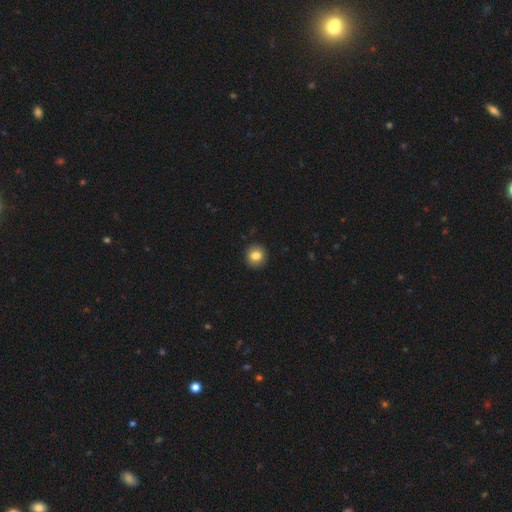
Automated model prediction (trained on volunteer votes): Overall: smooth (83%). How rounded: round (89%). Merging: none (92%).